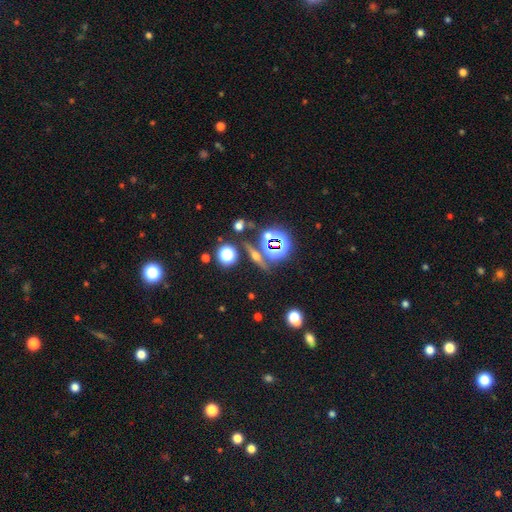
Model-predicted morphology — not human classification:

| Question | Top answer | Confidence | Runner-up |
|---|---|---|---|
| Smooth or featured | featured or disk | 38% | star or artifact (35%) |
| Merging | none | 79% | minor disturbance (9%) |